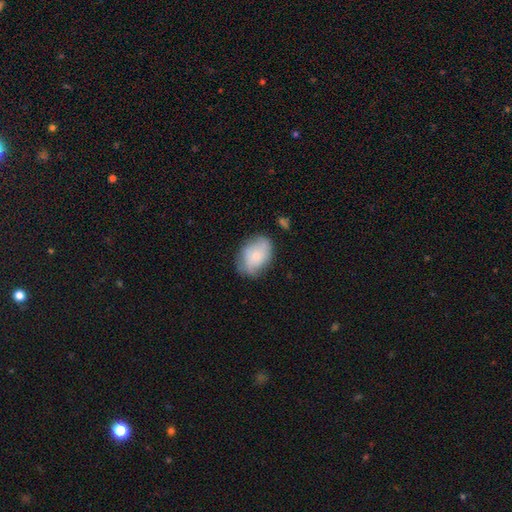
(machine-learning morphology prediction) Smooth or featured: smooth — 64% (featured or disk — 29%)
How rounded: in between — 78% (round — 21%)
Merging: none — 65% (minor disturbance — 25%)